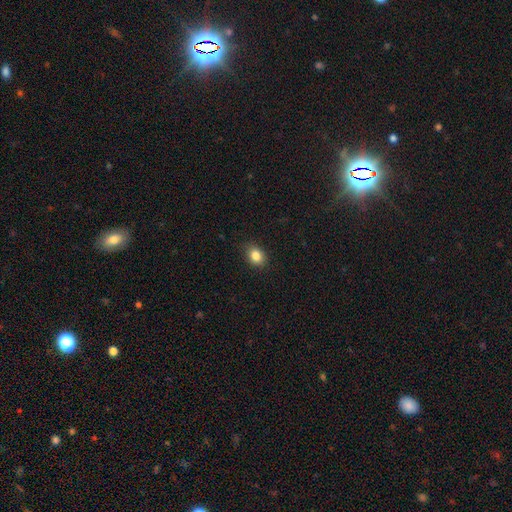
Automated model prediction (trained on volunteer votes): Overall: smooth (84%). How rounded: in between (61%; round 38%). Merging: none (86%).